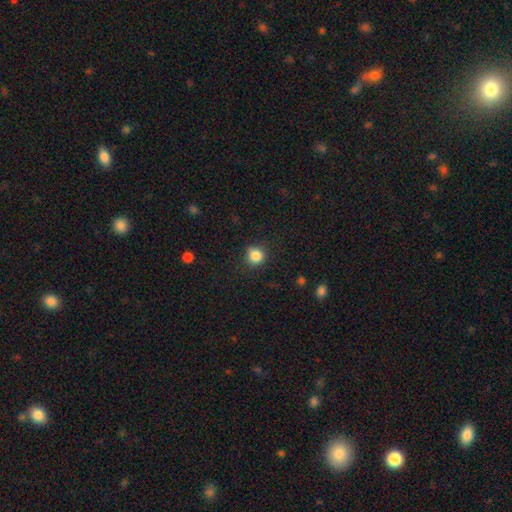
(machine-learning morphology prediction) Overall: smooth (84%). How rounded: round (90%). Merging: none (86%).